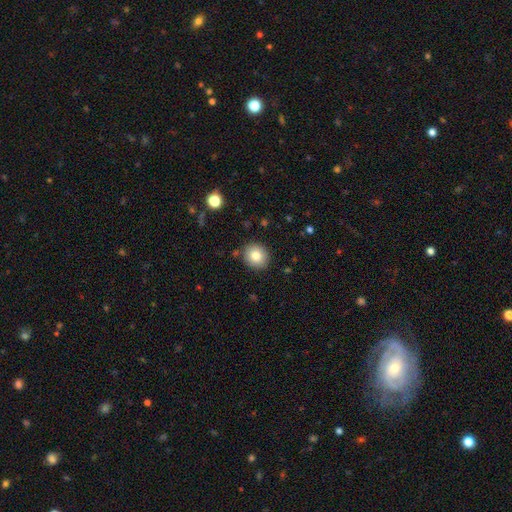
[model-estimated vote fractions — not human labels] This appears to be a smooth galaxy with no disk features (80%) that is round (84%). Merging: none (88%).